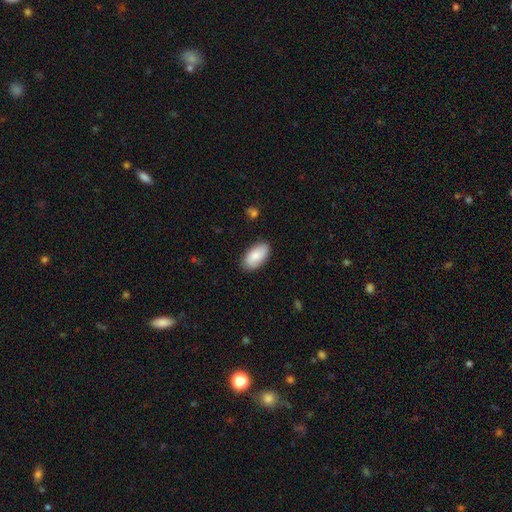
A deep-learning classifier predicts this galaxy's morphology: The model was most divided on "smooth or featured": smooth: 82%, featured or disk: 12%, star or artifact: 6%. More confident: how rounded — in between (95%); merging — none (85%).